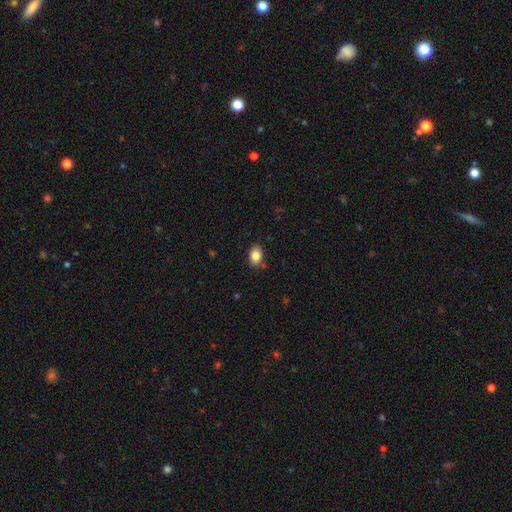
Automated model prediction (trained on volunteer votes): Smooth or featured? Predicted: smooth (p=0.84). How rounded? Predicted: in between (p=0.81). Merging? Predicted: none (p=0.83).